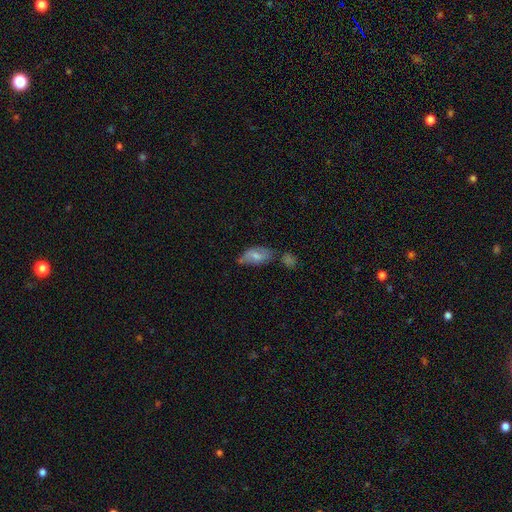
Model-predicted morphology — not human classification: Overall: smooth (60%; featured or disk 32%). How rounded: in between (89%). Merging: none (46%; minor disturbance 27%).